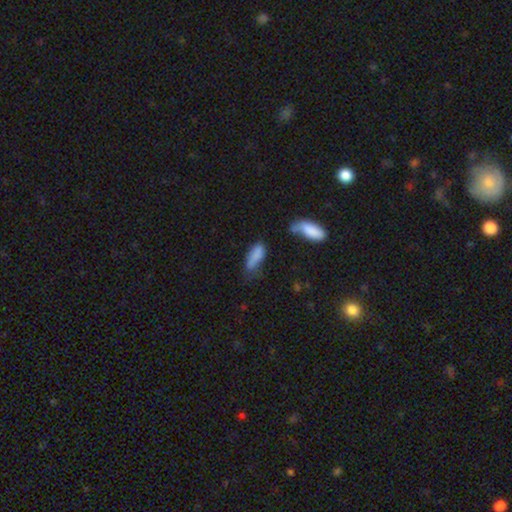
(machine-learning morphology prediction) This is clearly a smooth galaxy (81%). How rounded: likely in between (70%). Merging: marginally none (38%).